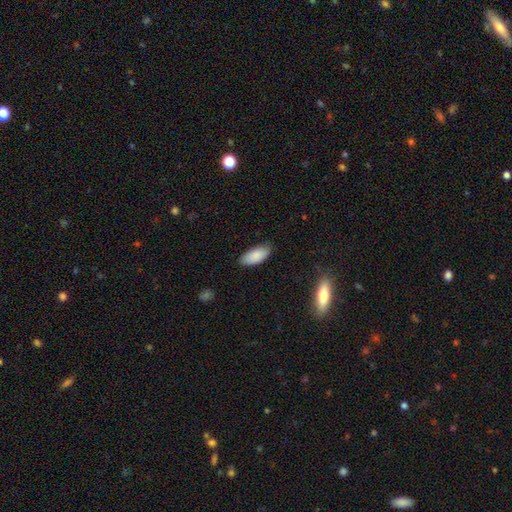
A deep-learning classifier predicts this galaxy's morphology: Q: Smooth or featured?
A: smooth (88%); runner-up: star or artifact (6%)
Q: How rounded?
A: in between (89%); runner-up: cigar-shaped (10%)
Q: Merging?
A: none (81%); runner-up: minor disturbance (15%)